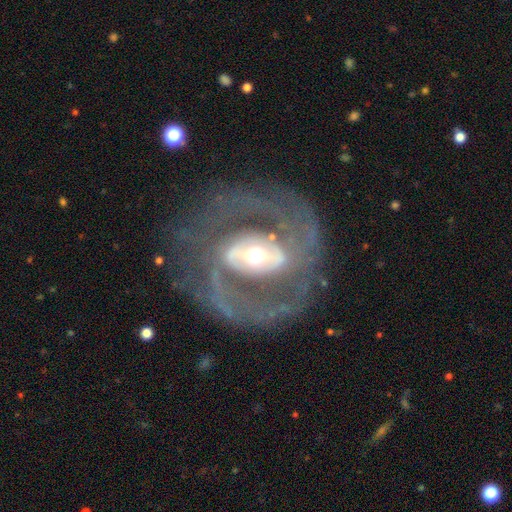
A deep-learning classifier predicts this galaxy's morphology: Smooth or featured: featured or disk — 86% (smooth — 8%)
Edge-on disk: no — 95% (yes — 5%)
Bar: strong — 41% (weak — 32%)
Spiral arms: yes — 86% (no — 14%)
Spiral winding: medium — 46% (tight — 31%)
Spiral arm count: 2 — 76% (can't tell — 11%)
Bulge size: moderate — 60% (large — 20%)
Merging: none — 71% (major disturbance — 15%)